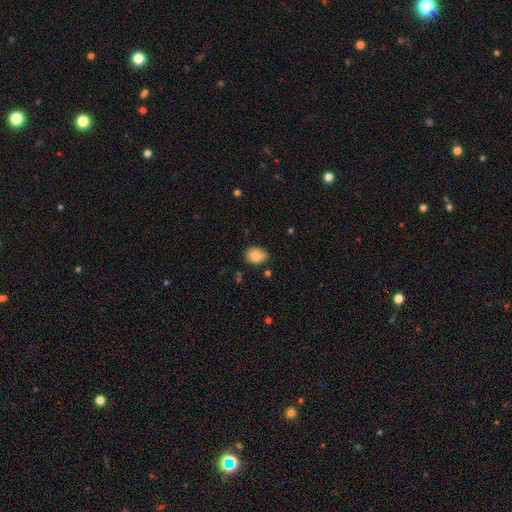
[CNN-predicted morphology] type=smooth (82%); roundness=in between (65%); merging=none (77%).